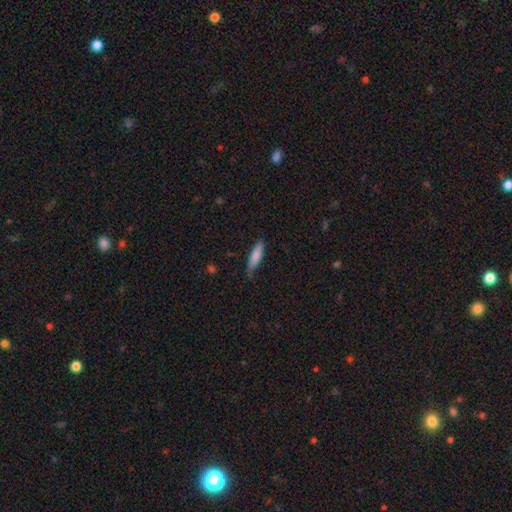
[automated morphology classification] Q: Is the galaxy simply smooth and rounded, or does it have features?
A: smooth — 81%.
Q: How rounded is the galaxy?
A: cigar-shaped — 71%.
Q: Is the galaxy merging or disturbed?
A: none — 67%.